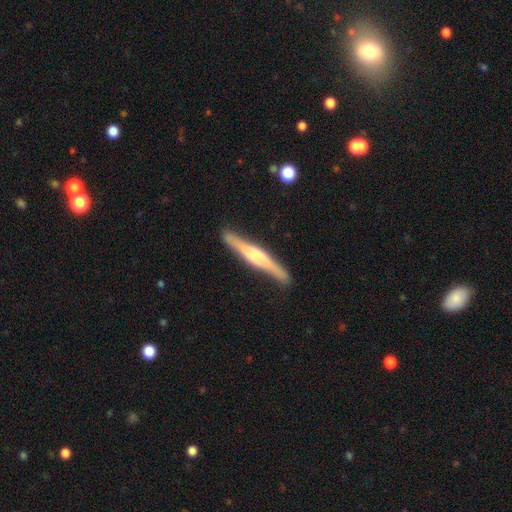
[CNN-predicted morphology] The model was most divided on "edge-on bulge": rounded: 57%, boxy: 32%, none: 11%. More confident: edge-on disk — yes (97%); merging — none (88%); smooth or featured — featured or disk (67%).